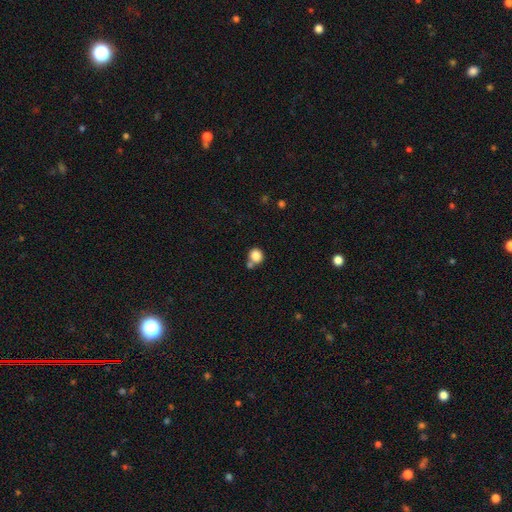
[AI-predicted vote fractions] A smooth galaxy with no disk features (84%) that is round (84%). Merging: none (57%).